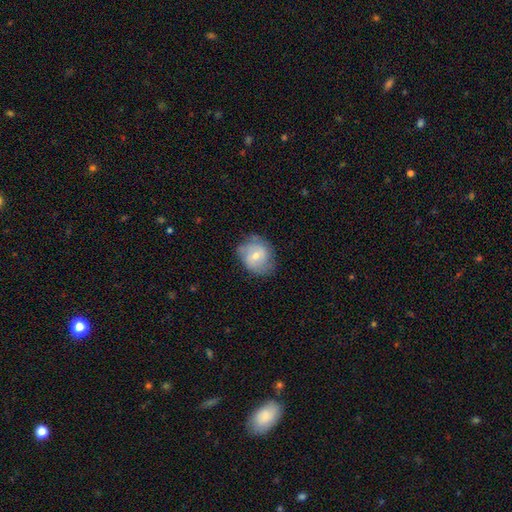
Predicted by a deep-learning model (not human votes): The model was most divided on "smooth or featured": smooth: 51%, featured or disk: 42%, star or artifact: 7%. More confident: merging — none (64%); how rounded — round (64%).